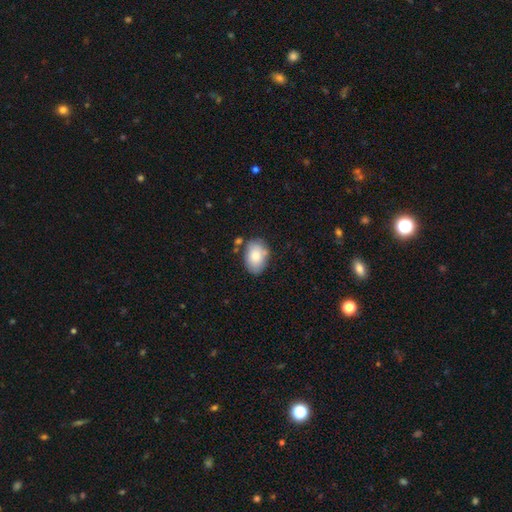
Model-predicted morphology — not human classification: This is clearly a smooth galaxy (81%). How rounded: clearly in between (83%). Merging: likely none (71%).